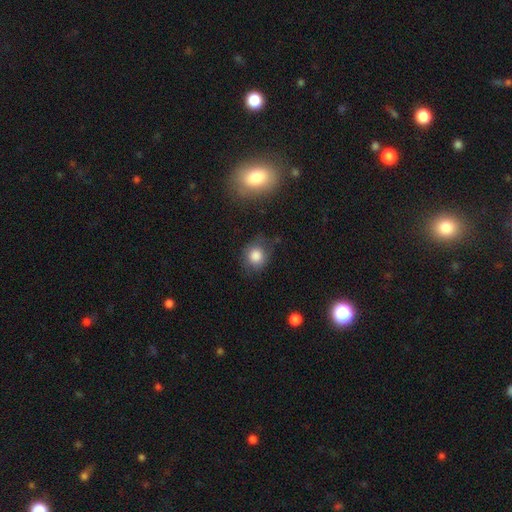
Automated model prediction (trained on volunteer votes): Morphology: type=smooth (83%); roundness=round (76%); merging=none (68%).